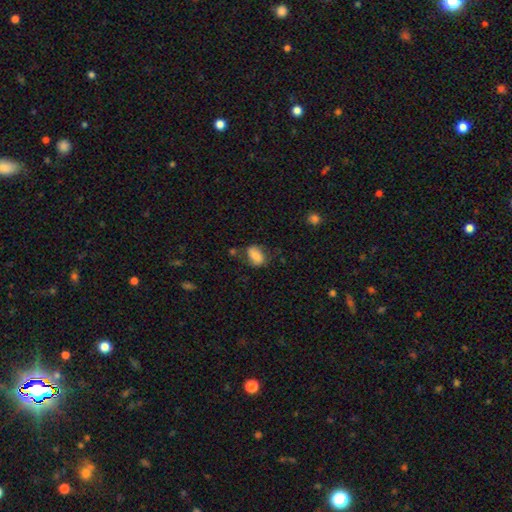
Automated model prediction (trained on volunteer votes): smooth-or-featured: smooth: 69% | featured or disk: 22% | star or artifact: 8%
  how-rounded: in between: 78% | round: 20% | cigar-shaped: 2%
  merging: none: 58% | minor disturbance: 27% | major disturbance: 11% | merger: 5%